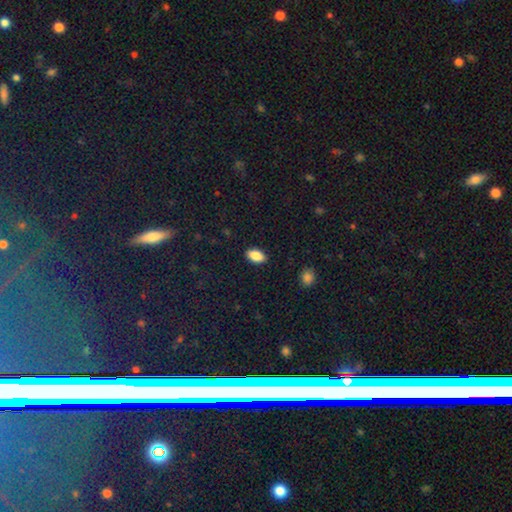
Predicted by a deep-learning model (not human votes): smooth_or_featured: smooth (p=0.85) [alt: star or artifact p=0.08]
how_rounded: in between (p=0.92) [alt: round p=0.04]
merging: none (p=0.89) [alt: minor disturbance p=0.08]